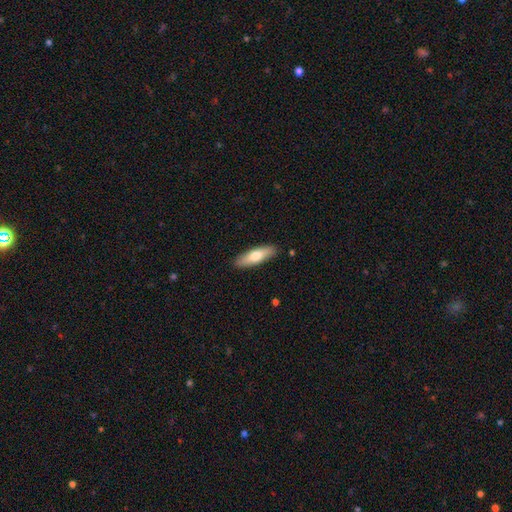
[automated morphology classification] The model was most divided on "how rounded": cigar-shaped: 53%, in between: 45%, round: 2%. More confident: merging — none (89%); smooth or featured — smooth (70%).